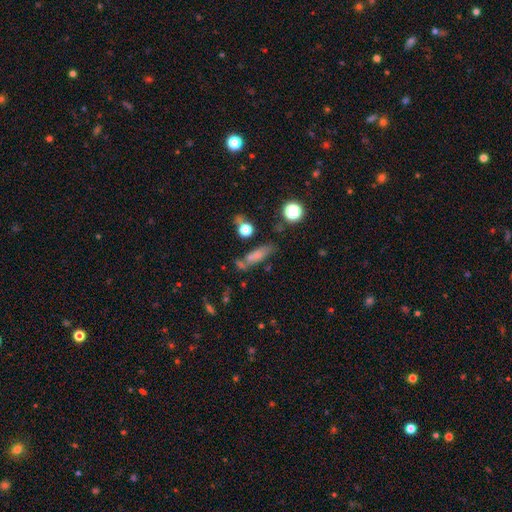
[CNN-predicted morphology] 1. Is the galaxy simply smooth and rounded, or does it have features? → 64% smooth, 20% featured or disk, 16% star or artifact.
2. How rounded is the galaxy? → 57% cigar-shaped, 35% in between, 8% round.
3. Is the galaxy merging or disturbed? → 57% none, 20% minor disturbance, 14% merger, 9% major disturbance.